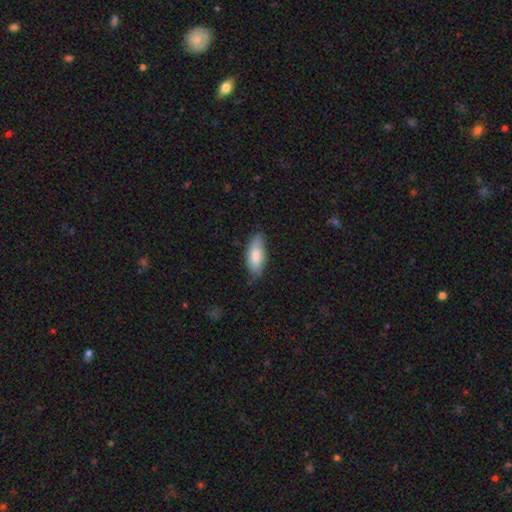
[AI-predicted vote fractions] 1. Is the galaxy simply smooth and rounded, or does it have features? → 77% smooth, 17% featured or disk, 6% star or artifact.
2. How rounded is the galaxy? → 81% in between, 17% cigar-shaped, 2% round.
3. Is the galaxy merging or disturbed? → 71% none, 24% minor disturbance, 4% major disturbance, 1% merger.